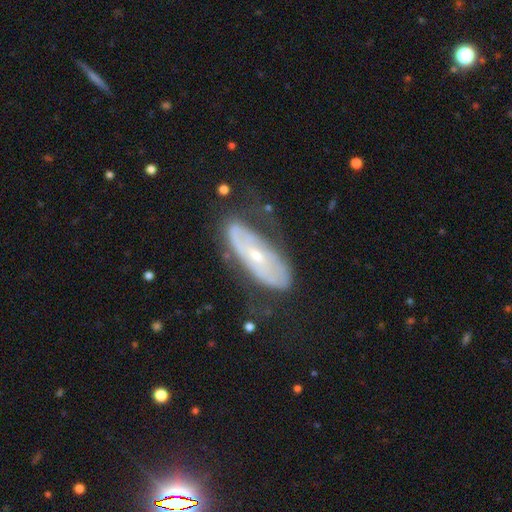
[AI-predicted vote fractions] Smooth or featured? Predicted: featured or disk (p=0.70). Edge-on disk? Predicted: no (p=0.81). Bar? Predicted: no (p=0.63). Spiral arms? Predicted: yes (p=0.65). Bulge size? Predicted: small (p=0.66). Merging? Predicted: none (p=0.56).